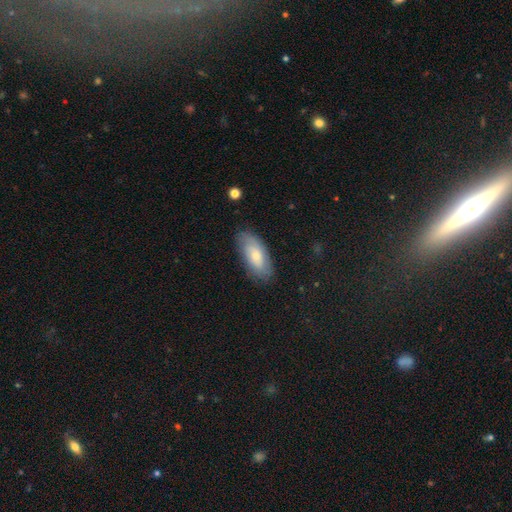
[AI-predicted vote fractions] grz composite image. It shows a smooth galaxy with no disk features (68%) that is in between round and cigar-shaped (88%). Merging: none (79%).